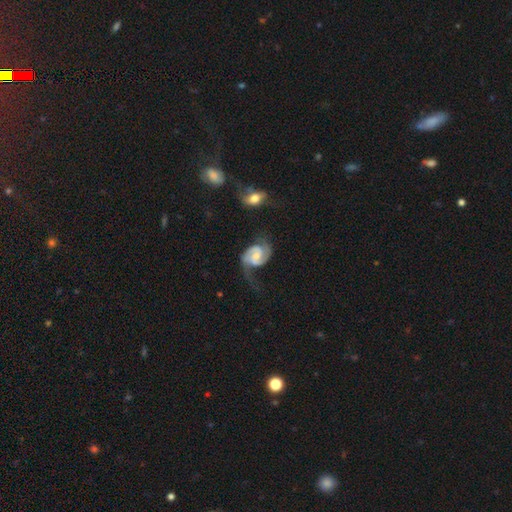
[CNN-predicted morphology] Smooth or featured: featured or disk — 86% (smooth — 9%)
Edge-on disk: no — 98% (yes — 2%)
Bar: weak — 48% (no — 40%)
Spiral arms: yes — 97% (no — 3%)
Spiral winding: medium — 49% (loose — 27%)
Spiral arm count: 2 — 88% (1 — 4%)
Bulge size: small — 45% (moderate — 44%)
Merging: none — 46% (major disturbance — 25%)